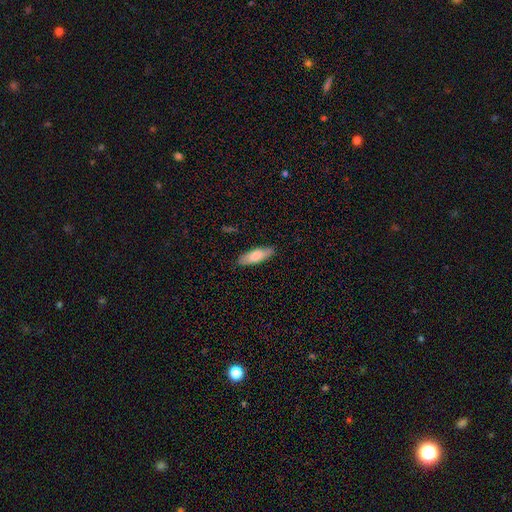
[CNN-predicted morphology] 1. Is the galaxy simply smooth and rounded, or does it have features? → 79% smooth, 16% featured or disk, 6% star or artifact.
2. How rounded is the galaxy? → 62% in between, 37% cigar-shaped, 2% round.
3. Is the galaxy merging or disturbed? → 86% none, 11% minor disturbance, 2% major disturbance, 1% merger.